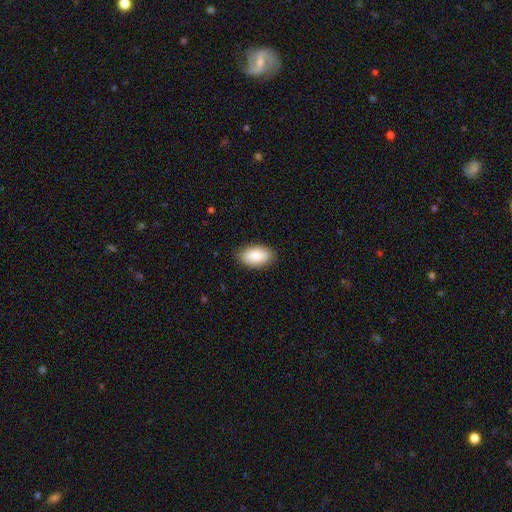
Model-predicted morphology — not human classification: Smooth or featured?
  - smooth: 85% *
  - featured or disk: 9%
  - star or artifact: 6%
How rounded?
  - in between: 94% *
  - round: 4%
  - cigar-shaped: 2%
Merging?
  - none: 86% *
  - minor disturbance: 11%
  - major disturbance: 2%
  - merger: 1%